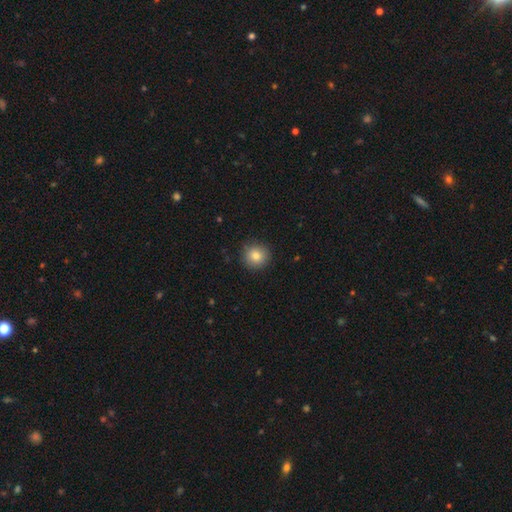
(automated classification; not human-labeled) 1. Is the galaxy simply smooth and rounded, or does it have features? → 82% smooth, 10% star or artifact, 8% featured or disk.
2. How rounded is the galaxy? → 94% round, 5% in between, 1% cigar-shaped.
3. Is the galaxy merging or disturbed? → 89% none, 7% minor disturbance, 2% major disturbance, 1% merger.